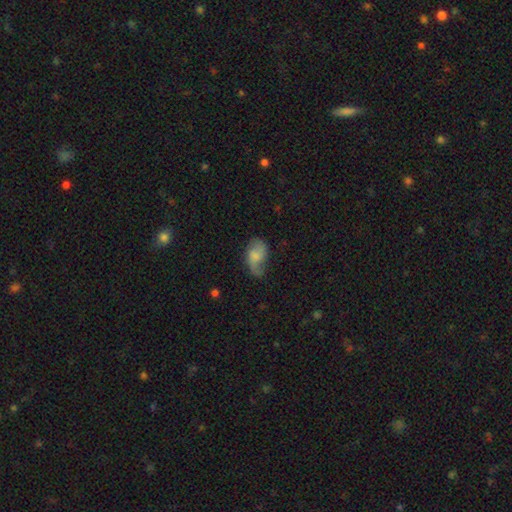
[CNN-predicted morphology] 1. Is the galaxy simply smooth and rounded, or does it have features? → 52% featured or disk, 40% smooth, 8% star or artifact.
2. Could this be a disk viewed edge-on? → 96% no, 4% yes.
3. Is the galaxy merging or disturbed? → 52% none, 29% minor disturbance, 16% major disturbance, 2% merger.